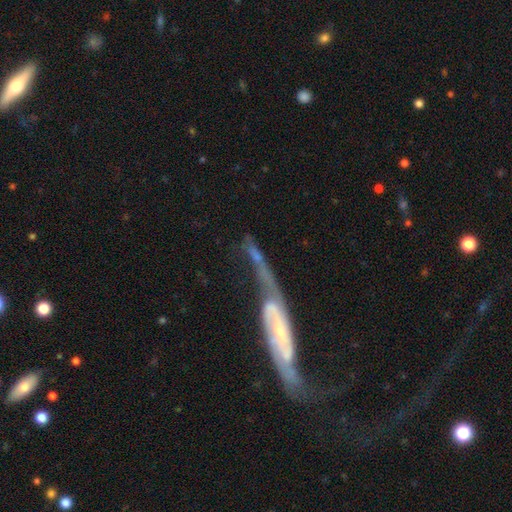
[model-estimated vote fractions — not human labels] This appears to be a featured or disk galaxy (59%). Merging: merger (40%).